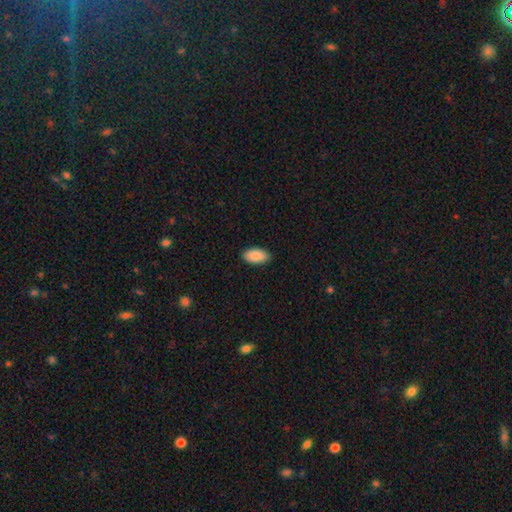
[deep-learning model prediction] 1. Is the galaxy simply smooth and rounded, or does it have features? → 89% smooth, 6% star or artifact, 4% featured or disk.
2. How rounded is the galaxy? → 95% in between, 3% cigar-shaped, 2% round.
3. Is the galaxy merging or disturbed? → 88% none, 9% minor disturbance, 2% major disturbance, 1% merger.